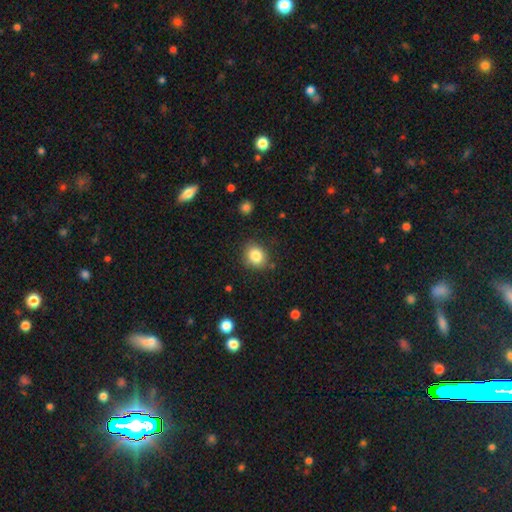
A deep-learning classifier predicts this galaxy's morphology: smooth 84%, star or artifact 10%, featured or disk 6%. Down the decision tree: how rounded — round (66%); merging — none (83%).